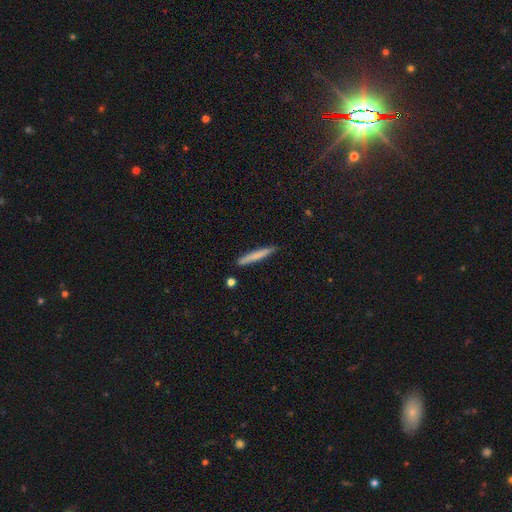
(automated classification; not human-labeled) Smooth or featured? Predicted: smooth (p=0.71). How rounded? Predicted: cigar-shaped (p=0.95). Merging? Predicted: none (p=0.87).